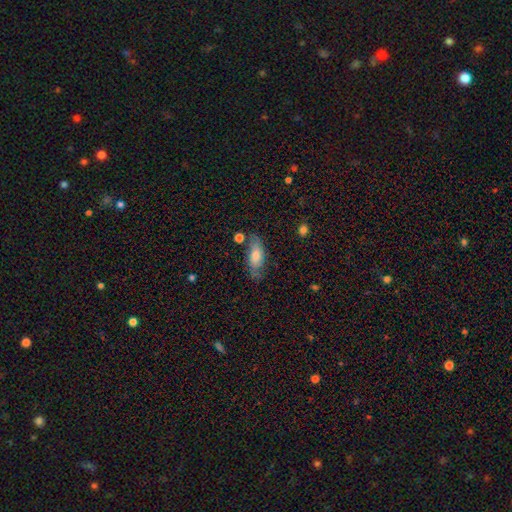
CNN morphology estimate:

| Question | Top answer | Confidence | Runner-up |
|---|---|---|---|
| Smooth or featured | smooth | 53% | featured or disk (38%) |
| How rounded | in between | 77% | cigar-shaped (19%) |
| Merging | none | 68% | minor disturbance (20%) |